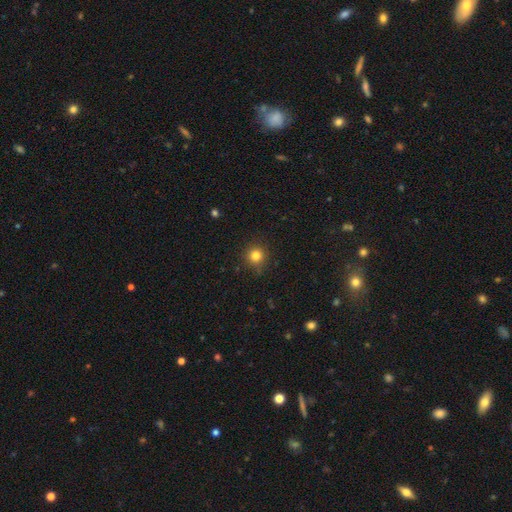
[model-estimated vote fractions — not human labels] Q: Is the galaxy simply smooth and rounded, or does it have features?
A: smooth — 82%.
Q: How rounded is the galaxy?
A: round — 94%.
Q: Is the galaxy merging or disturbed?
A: none — 88%.